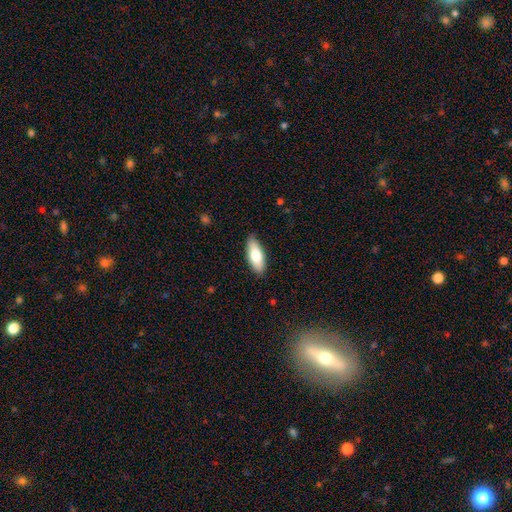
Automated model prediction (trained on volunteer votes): smooth_or_featured: smooth (p=0.77) [alt: featured or disk p=0.17]
how_rounded: in between (p=0.75) [alt: cigar-shaped p=0.23]
merging: none (p=0.86) [alt: minor disturbance p=0.11]